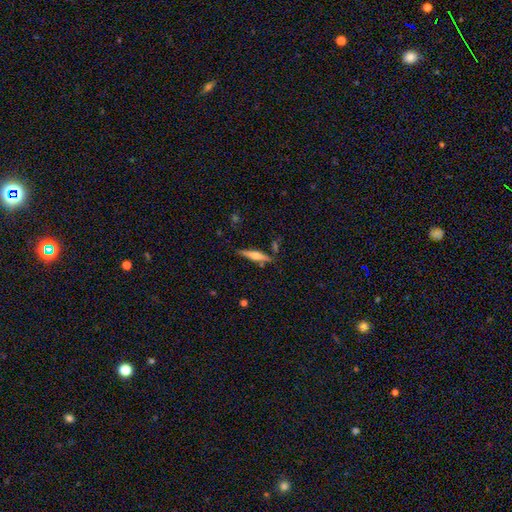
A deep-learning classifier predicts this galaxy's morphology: Smooth or featured? Predicted: featured or disk (p=0.53). Edge-on disk? Predicted: yes (p=0.96). Edge-on bulge? Predicted: rounded (p=0.75). Merging? Predicted: none (p=0.80).